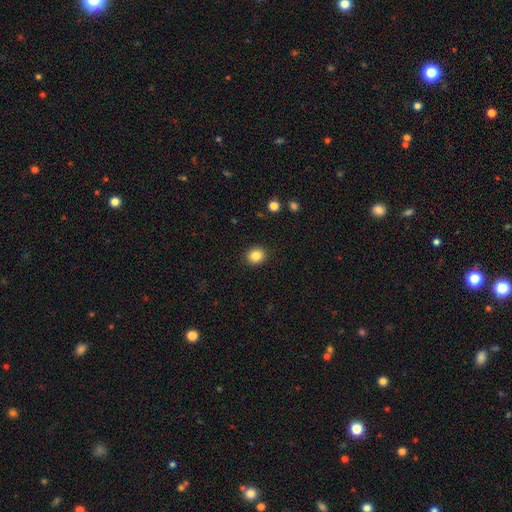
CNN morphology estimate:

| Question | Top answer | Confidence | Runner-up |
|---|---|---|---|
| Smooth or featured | smooth | 85% | star or artifact (10%) |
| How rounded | round | 78% | in between (21%) |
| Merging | none | 91% | minor disturbance (6%) |